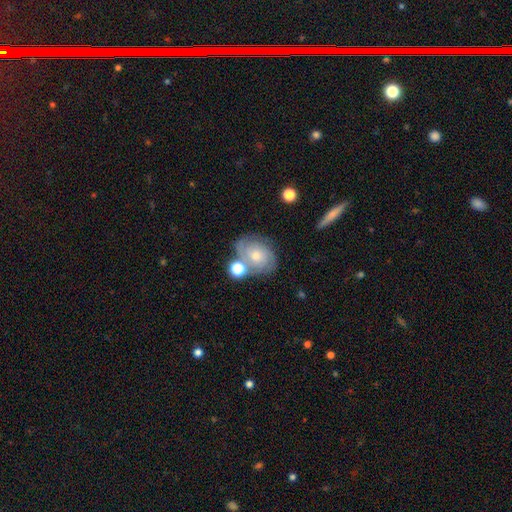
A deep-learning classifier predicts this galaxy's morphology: Smooth or featured?
  - featured or disk: 65% *
  - smooth: 26%
  - star or artifact: 10%
Edge-on disk?
  - no: 96% *
  - yes: 4%
Bar?
  - no: 79% *
  - weak: 18%
  - strong: 3%
Spiral arms?
  - yes: 88% *
  - no: 12%
Spiral winding?
  - tight: 59% *
  - medium: 31%
  - loose: 9%
Spiral arm count?
  - 2: 38% *
  - can't tell: 31%
  - 3: 18%
  - 4: 5%
  - 1: 4%
  - more than 4: 3%
Bulge size?
  - small: 48% *
  - moderate: 45%
  - large: 3%
  - none: 2%
  - dominant: 1%
Merging?
  - none: 62% *
  - minor disturbance: 16%
  - merger: 16%
  - major disturbance: 6%